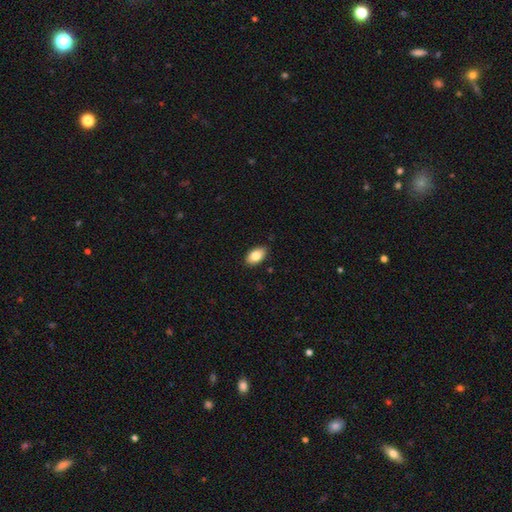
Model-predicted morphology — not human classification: type=smooth (84%); roundness=in between (92%); merging=none (87%).